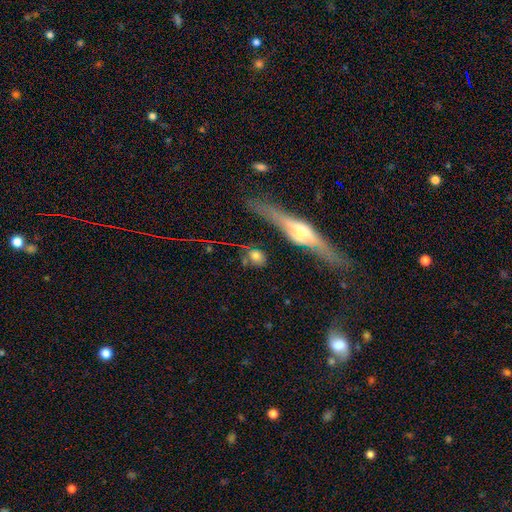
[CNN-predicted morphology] Q: Smooth or featured?
A: smooth (66%); runner-up: featured or disk (22%)
Q: How rounded?
A: round (64%); runner-up: in between (27%)
Q: Merging?
A: none (72%); runner-up: minor disturbance (15%)